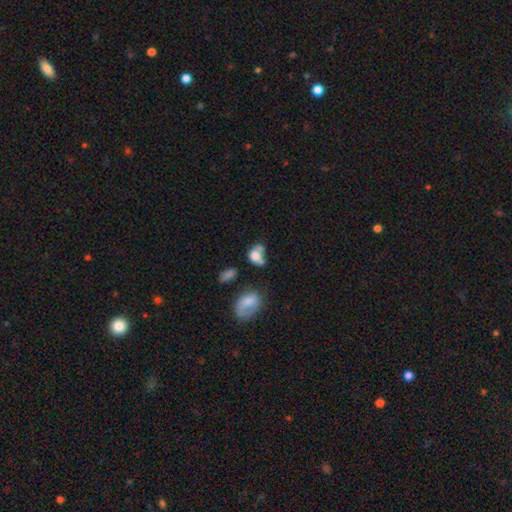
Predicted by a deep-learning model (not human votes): smooth-or-featured: smooth: 70% | featured or disk: 19% | star or artifact: 11%
  how-rounded: in between: 62% | round: 36% | cigar-shaped: 2%
  merging: merger: 34% | none: 26% | minor disturbance: 20% | major disturbance: 20%